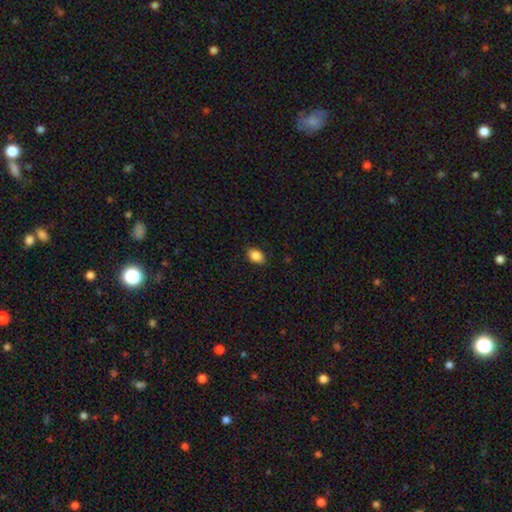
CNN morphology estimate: A smooth galaxy with no disk features (87%) that is in between round and cigar-shaped (84%).

Vote fractions:
- Smooth or featured? smooth: 87% / star or artifact: 8% / featured or disk: 4%
- How rounded? in between: 84% / round: 14% / cigar-shaped: 1%
- Merging? none: 87% / minor disturbance: 10% / major disturbance: 2% / merger: 1%